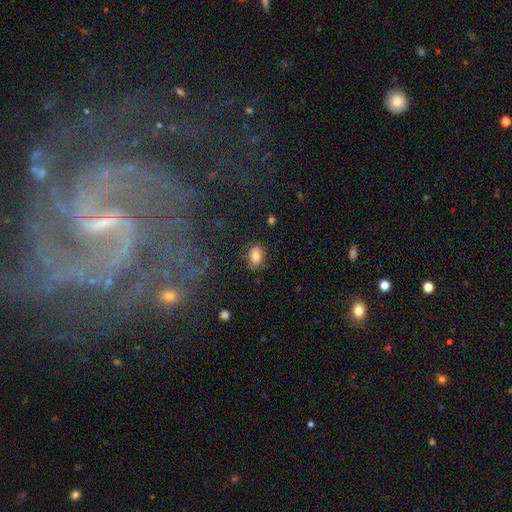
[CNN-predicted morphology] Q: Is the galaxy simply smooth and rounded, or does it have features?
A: smooth — 74%.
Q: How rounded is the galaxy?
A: in between — 82%.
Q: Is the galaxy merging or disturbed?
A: none — 77%.